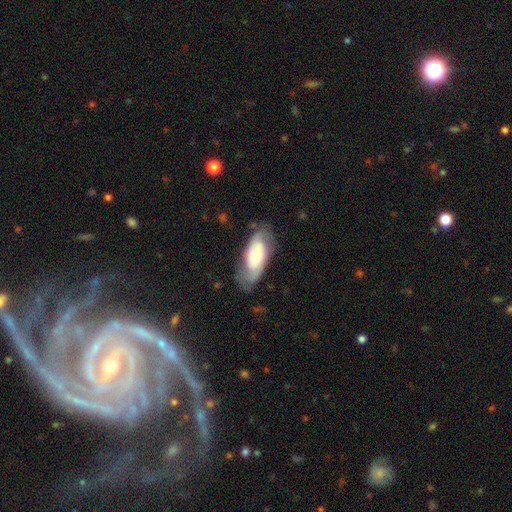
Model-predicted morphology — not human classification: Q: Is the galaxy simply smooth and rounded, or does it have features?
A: featured or disk — 50%.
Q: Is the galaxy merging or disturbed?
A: none — 66%.